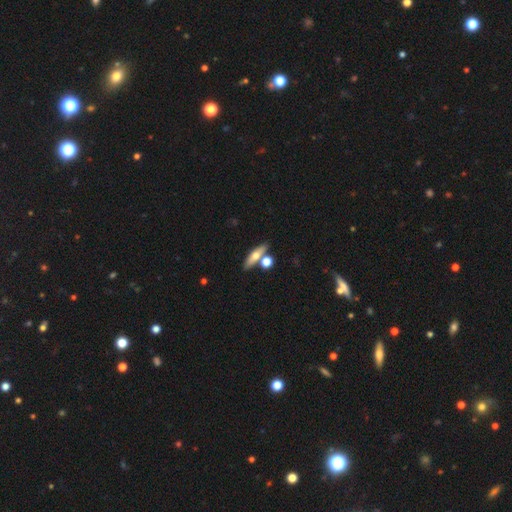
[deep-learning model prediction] This is possibly a smooth galaxy (55%). How rounded: possibly cigar-shaped (52%). Merging: likely none (67%).